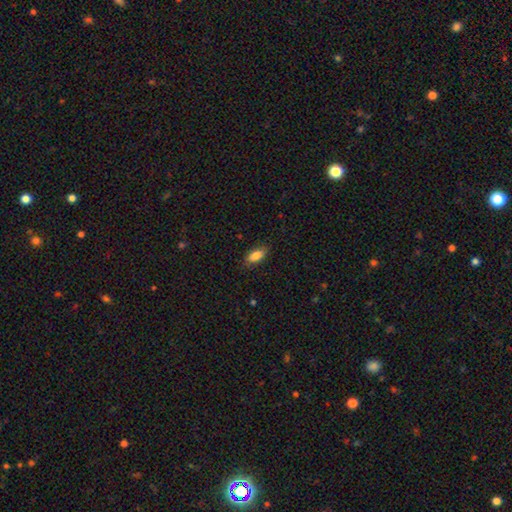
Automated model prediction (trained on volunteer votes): This appears to be a smooth galaxy with no disk features (84%) that is in between round and cigar-shaped (86%). Merging: none (83%).